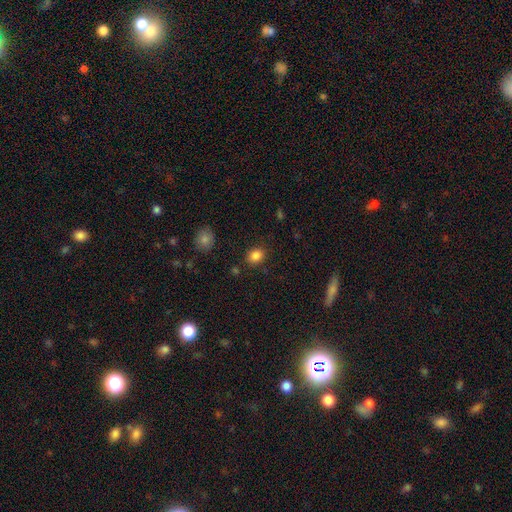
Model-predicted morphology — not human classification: Smooth or featured? smooth (85%)
How rounded? in between (54%)
Merging? none (83%)